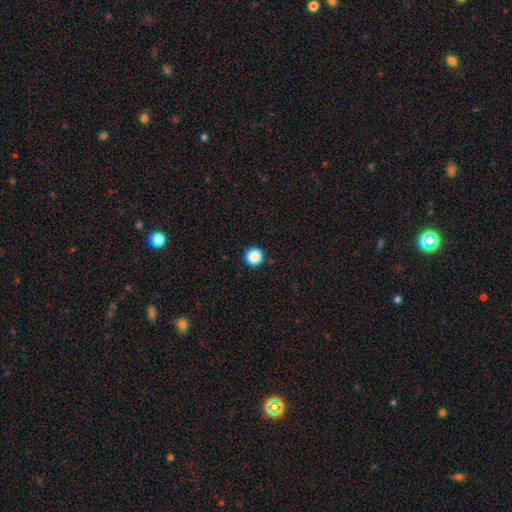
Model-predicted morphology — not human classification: A smooth galaxy with no disk features (87%) that is round (96%). Merging: none (93%).